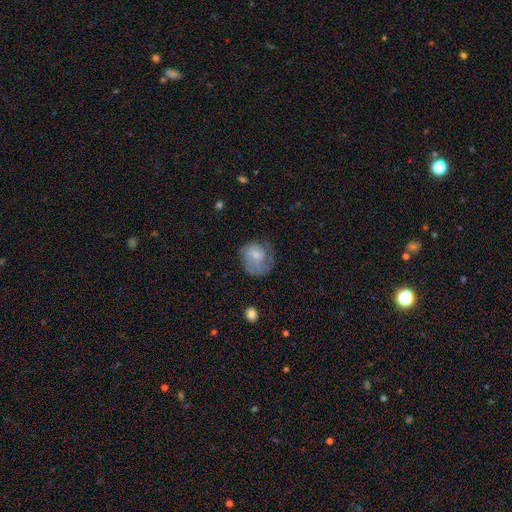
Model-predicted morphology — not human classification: Smooth or featured? smooth (52%)
How rounded? round (73%)
Merging? none (53%)